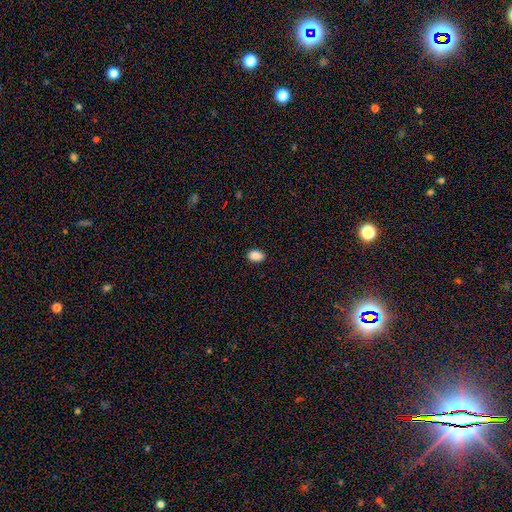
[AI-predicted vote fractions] smooth-or-featured: smooth: 89% | star or artifact: 8% | featured or disk: 3%
  how-rounded: in between: 85% | round: 14% | cigar-shaped: 1%
  merging: none: 89% | minor disturbance: 8% | major disturbance: 2% | merger: 1%